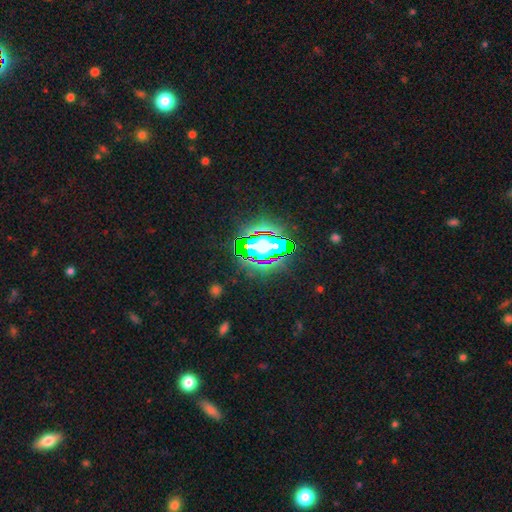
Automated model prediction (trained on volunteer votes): Smooth or featured: star or artifact — 81% (smooth — 12%)